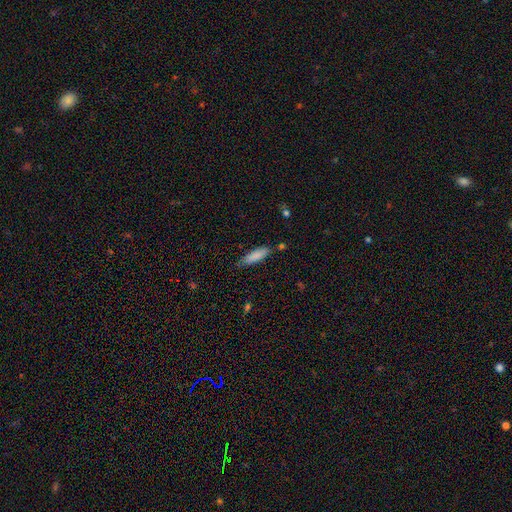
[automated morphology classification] A smooth galaxy with no disk features (84%) that is cigar-shaped (59%).

Vote fractions:
- Smooth or featured? smooth: 84% / featured or disk: 9% / star or artifact: 6%
- How rounded? cigar-shaped: 59% / in between: 40% / round: 1%
- Merging? none: 76% / minor disturbance: 18% / major disturbance: 3% / merger: 3%